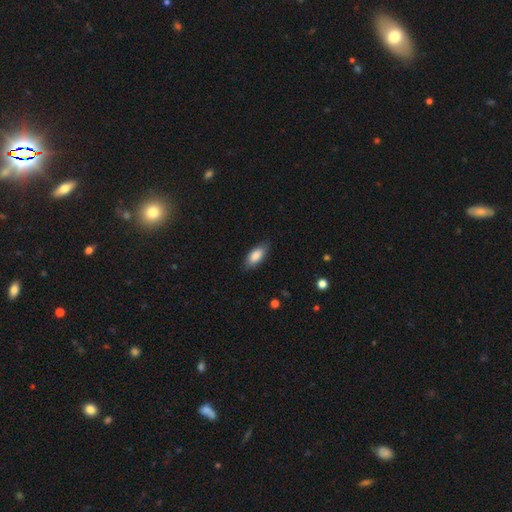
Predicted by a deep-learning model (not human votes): This is clearly a smooth galaxy (84%). How rounded: clearly in between (83%). Merging: clearly none (83%).